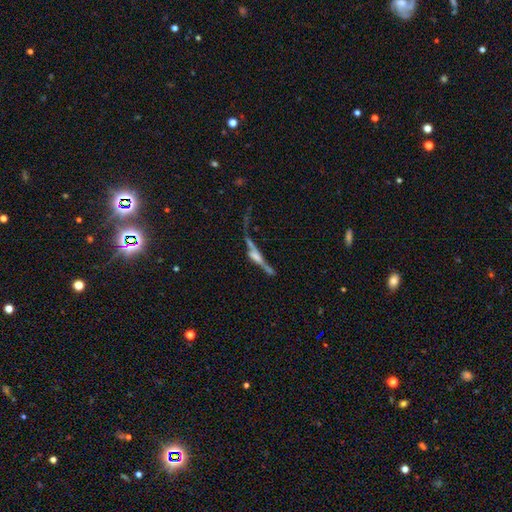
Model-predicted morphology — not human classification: featured or disk 66%, smooth 24%, star or artifact 10%. Down the decision tree: edge-on disk — yes (87%); edge-on bulge — rounded (53%); merging — none (42%).